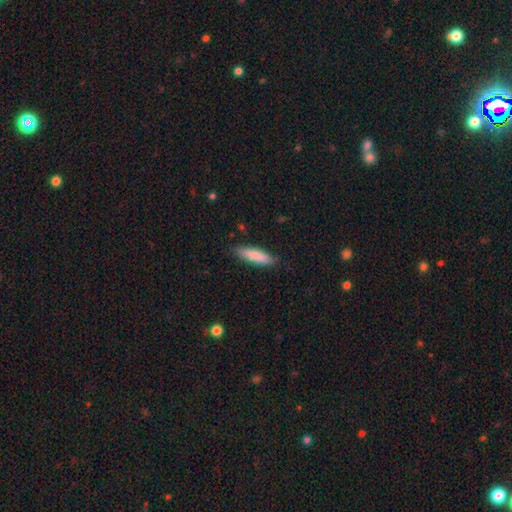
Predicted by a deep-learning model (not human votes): A smooth galaxy with no disk features (86%) that is cigar-shaped (73%). Merging: none (86%).